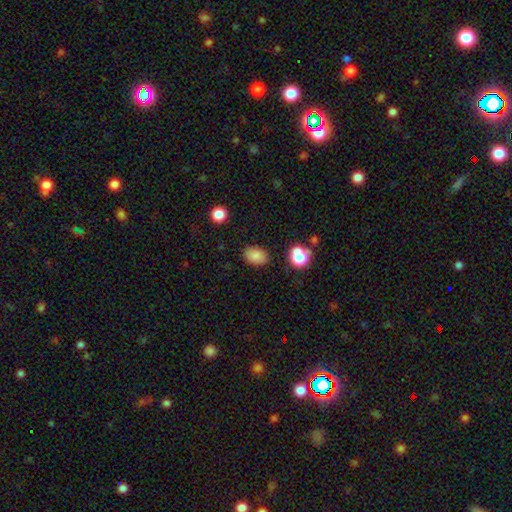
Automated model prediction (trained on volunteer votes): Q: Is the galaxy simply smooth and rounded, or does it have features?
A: smooth — 84%.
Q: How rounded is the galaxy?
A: in between — 78%.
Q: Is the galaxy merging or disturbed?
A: none — 83%.